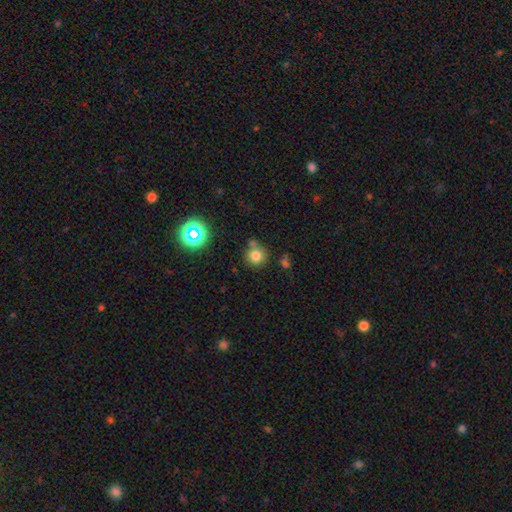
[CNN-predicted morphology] Smooth or featured: smooth — 77% (star or artifact — 14%)
How rounded: round — 90% (in between — 9%)
Merging: none — 67% (merger — 15%)